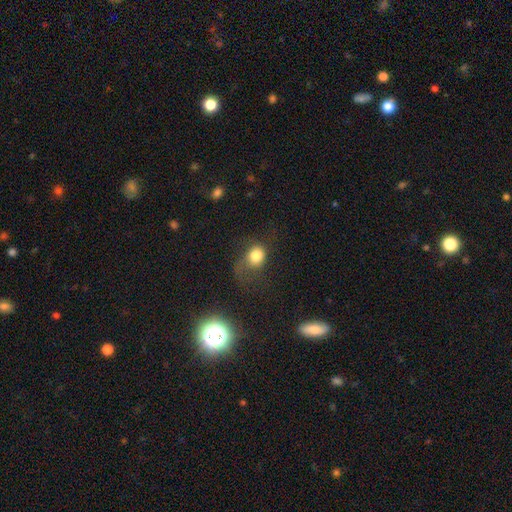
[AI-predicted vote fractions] Smooth or featured: smooth — 76% (featured or disk — 13%)
How rounded: round — 60% (in between — 38%)
Merging: none — 39% (major disturbance — 34%)